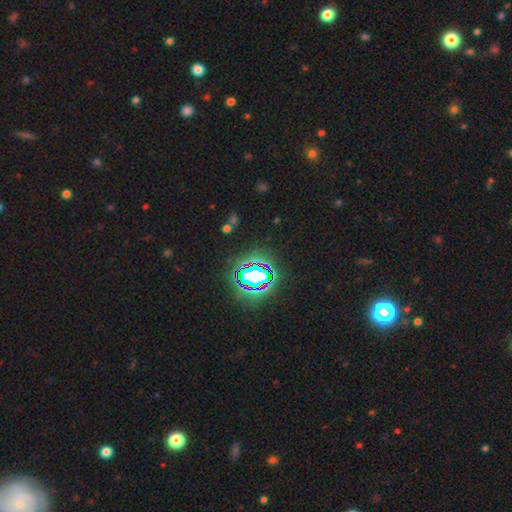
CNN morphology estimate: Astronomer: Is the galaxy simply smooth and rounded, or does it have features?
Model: star or artifact — 77%.